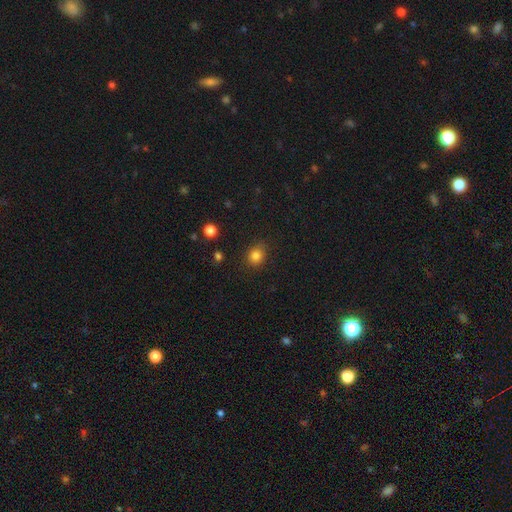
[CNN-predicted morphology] This is clearly a smooth galaxy (83%). How rounded: likely round (80%). Merging: clearly none (84%).